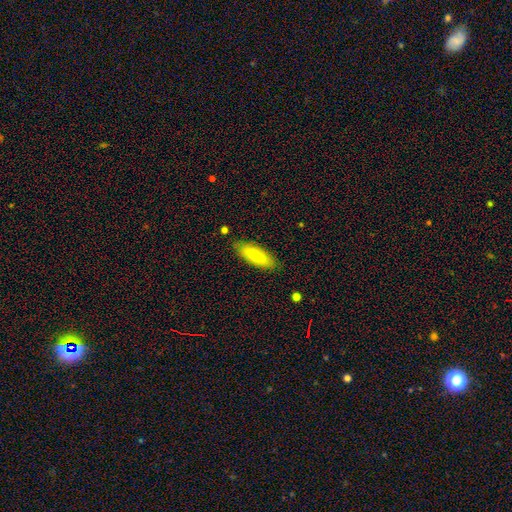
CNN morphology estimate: type=smooth (80%); roundness=in between (57%); merging=none (83%).